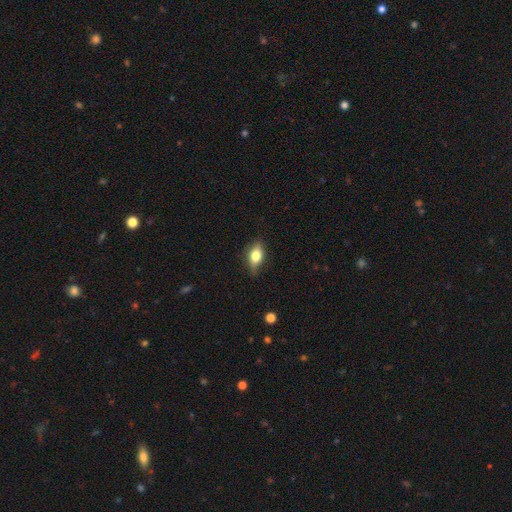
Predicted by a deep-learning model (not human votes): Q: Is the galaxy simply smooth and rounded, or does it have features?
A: smooth — 71%.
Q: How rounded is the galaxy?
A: in between — 81%.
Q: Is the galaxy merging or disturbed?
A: none — 71%.